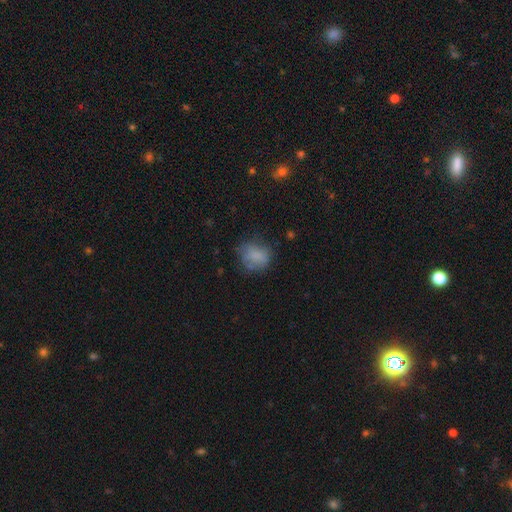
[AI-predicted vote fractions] A smooth galaxy with no disk features (75%) that is round (64%).

Vote fractions:
- Smooth or featured? smooth: 75% / featured or disk: 14% / star or artifact: 11%
- How rounded? round: 64% / in between: 35% / cigar-shaped: 1%
- Merging? none: 55% / minor disturbance: 27% / major disturbance: 16% / merger: 2%